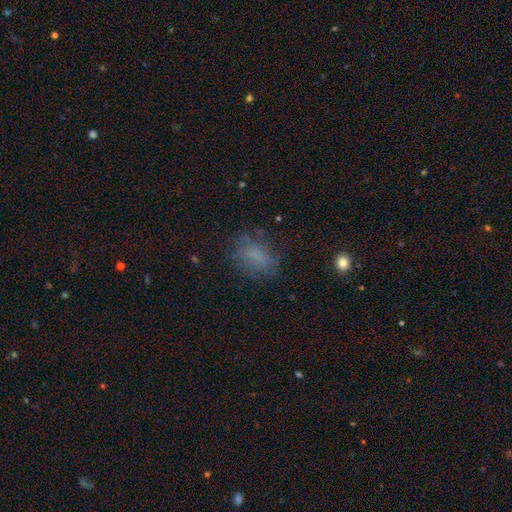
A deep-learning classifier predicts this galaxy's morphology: smooth-or-featured: smooth: 64% | featured or disk: 19% | star or artifact: 16%
  how-rounded: in between: 78% | round: 18% | cigar-shaped: 4%
  merging: none: 64% | minor disturbance: 20% | major disturbance: 14% | merger: 2%